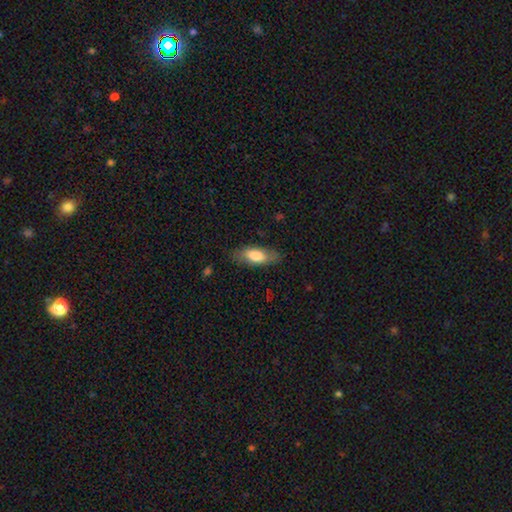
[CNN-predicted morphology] smooth-or-featured: smooth: 73% | featured or disk: 20% | star or artifact: 6%
  how-rounded: in between: 75% | cigar-shaped: 23% | round: 2%
  merging: none: 79% | minor disturbance: 15% | major disturbance: 4% | merger: 1%